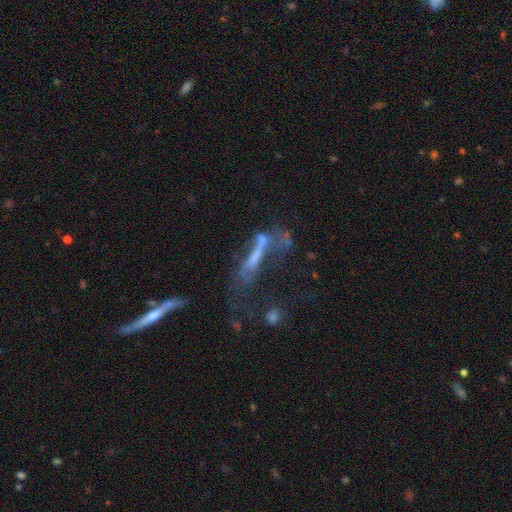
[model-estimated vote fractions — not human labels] Smooth or featured?
  - featured or disk: 54% *
  - smooth: 30%
  - star or artifact: 16%
Edge-on disk?
  - no: 61% *
  - yes: 39%
Merging?
  - major disturbance: 39% *
  - merger: 24%
  - none: 23%
  - minor disturbance: 14%